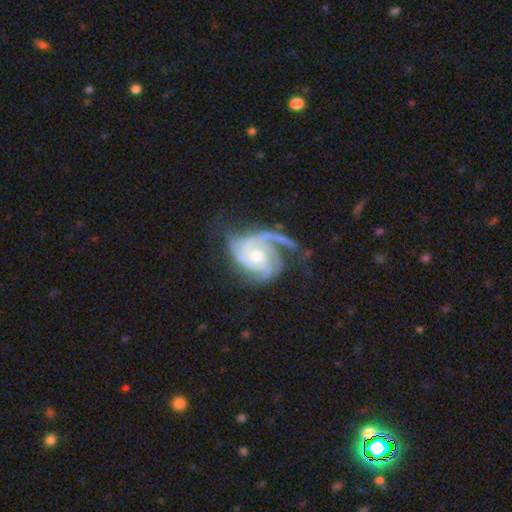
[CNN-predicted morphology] Smooth or featured? featured or disk (91%)
Edge-on disk? no (98%)
Bar? no (68%)
Spiral arms? yes (98%)
Spiral winding? tight (58%)
Spiral arm count? 3 (43%)
Bulge size? moderate (69%)
Merging? none (52%)